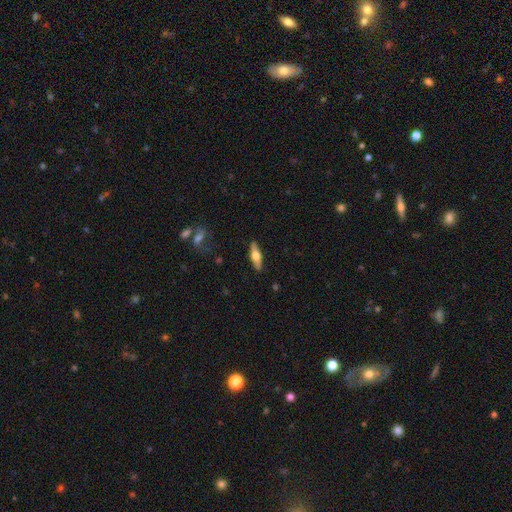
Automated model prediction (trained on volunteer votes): A featured or disk galaxy (52%) viewed edge-on (90%). Merging: none (88%).